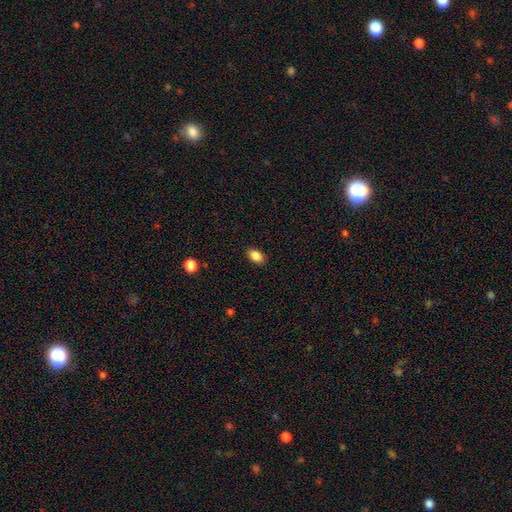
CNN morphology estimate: This is clearly a smooth galaxy (87%). How rounded: clearly in between (85%). Merging: clearly none (87%).